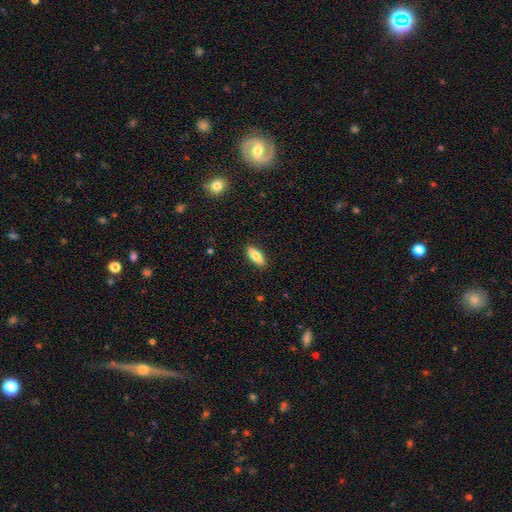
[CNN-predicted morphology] This is clearly a smooth galaxy (80%). How rounded: likely in between (74%). Merging: clearly none (89%).